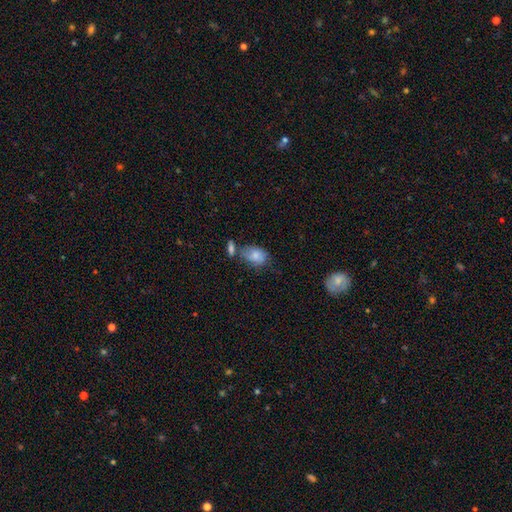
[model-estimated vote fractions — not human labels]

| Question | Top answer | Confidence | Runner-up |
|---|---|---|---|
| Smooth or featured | smooth | 77% | featured or disk (15%) |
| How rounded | in between | 83% | round (16%) |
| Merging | none | 44% | minor disturbance (27%) |